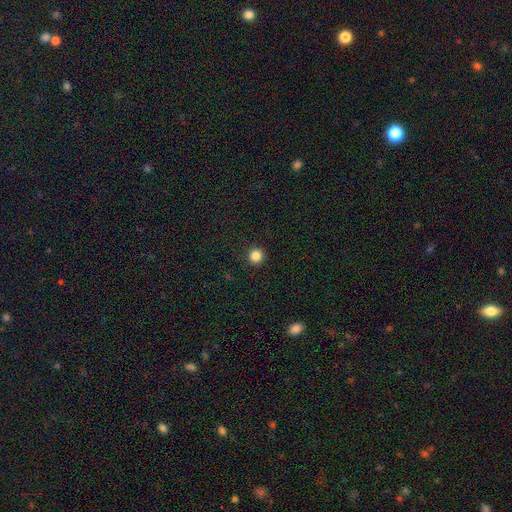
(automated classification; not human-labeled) smooth-or-featured: smooth: 84% | star or artifact: 12% | featured or disk: 3%
  how-rounded: round: 95% | in between: 4% | cigar-shaped: 1%
  merging: none: 92% | minor disturbance: 5% | major disturbance: 2% | merger: 1%